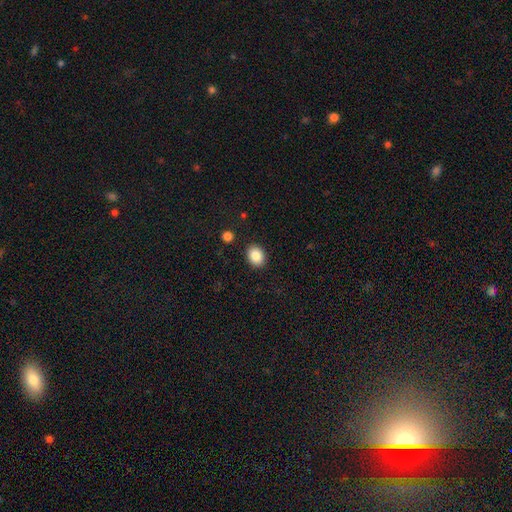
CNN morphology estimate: Q: Smooth or featured?
A: smooth (87%); runner-up: star or artifact (8%)
Q: How rounded?
A: in between (61%); runner-up: round (38%)
Q: Merging?
A: none (89%); runner-up: minor disturbance (7%)